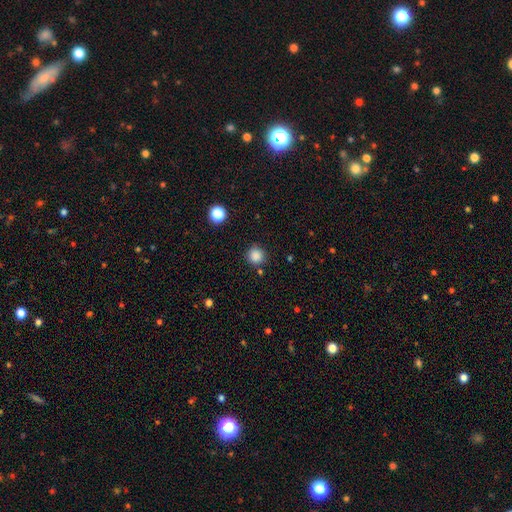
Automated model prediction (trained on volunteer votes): smooth 85%, star or artifact 12%, featured or disk 3%. Down the decision tree: how rounded — round (94%); merging — none (84%).